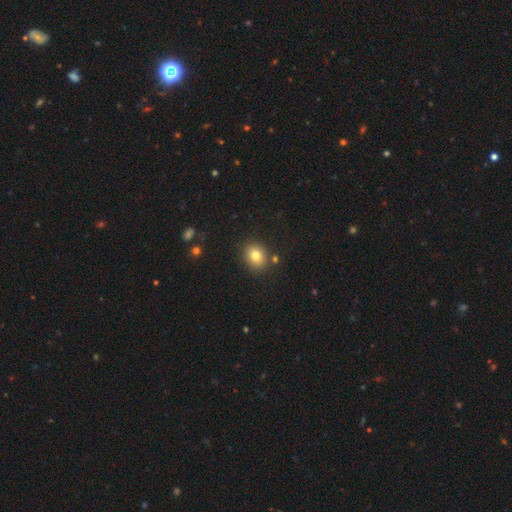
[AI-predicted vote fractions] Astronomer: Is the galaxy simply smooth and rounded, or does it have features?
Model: smooth — 79%.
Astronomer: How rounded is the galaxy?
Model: round — 68%.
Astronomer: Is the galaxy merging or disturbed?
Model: none — 84%.